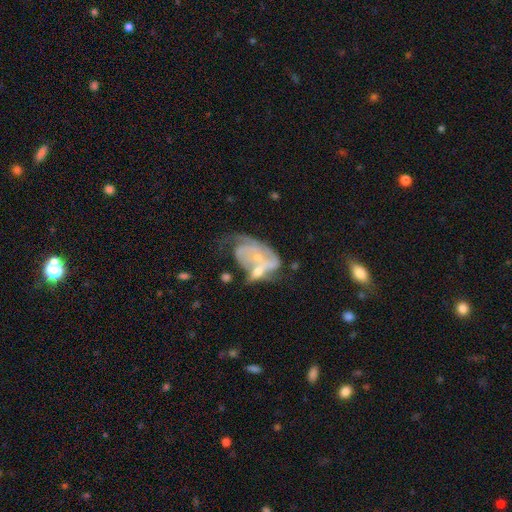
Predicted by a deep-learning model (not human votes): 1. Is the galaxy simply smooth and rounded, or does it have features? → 71% featured or disk, 21% smooth, 8% star or artifact.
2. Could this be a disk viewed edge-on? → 96% no, 4% yes.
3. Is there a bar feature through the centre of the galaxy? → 71% no, 23% weak, 6% strong.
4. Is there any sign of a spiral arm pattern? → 72% yes, 28% no.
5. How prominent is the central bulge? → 64% small, 25% moderate, 8% none, 2% large, 1% dominant.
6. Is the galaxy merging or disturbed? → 38% merger, 28% major disturbance, 19% none, 16% minor disturbance.